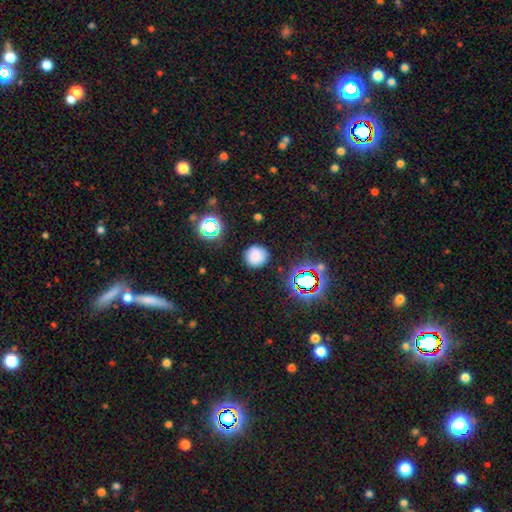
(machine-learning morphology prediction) This appears to be a smooth galaxy with no disk features (76%) that is round (91%). Merging: none (84%).